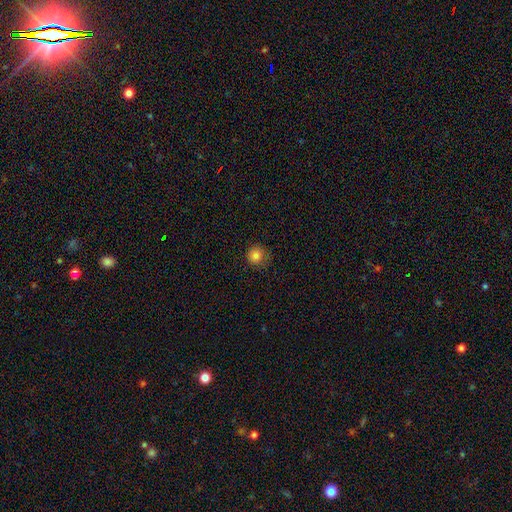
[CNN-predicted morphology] Smooth or featured?
  - smooth: 83% *
  - star or artifact: 12%
  - featured or disk: 5%
How rounded?
  - round: 93% *
  - in between: 6%
  - cigar-shaped: 1%
Merging?
  - none: 83% *
  - minor disturbance: 12%
  - major disturbance: 3%
  - merger: 1%